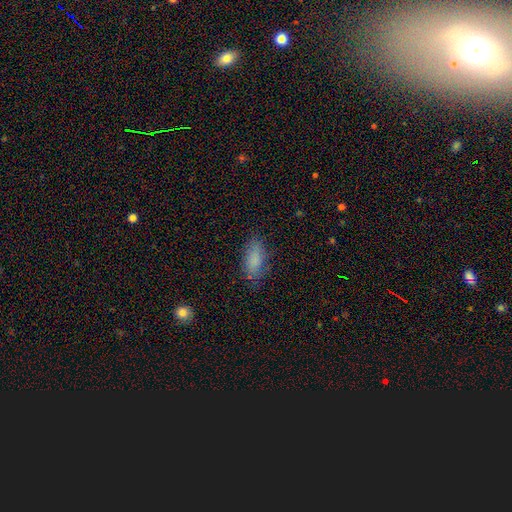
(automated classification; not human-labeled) A smooth galaxy with no disk features (81%) that is in between round and cigar-shaped (79%). Merging: none (78%).